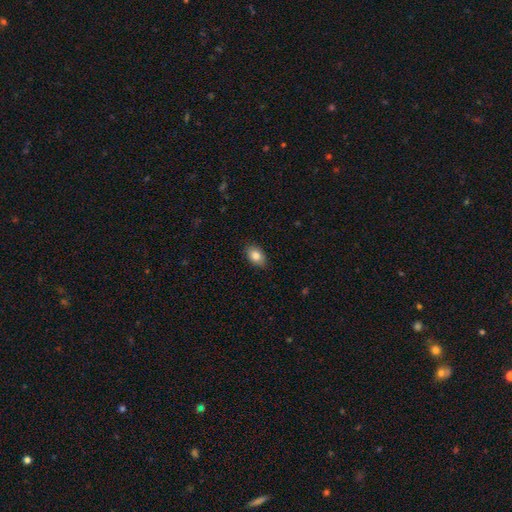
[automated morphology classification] smooth-or-featured: smooth: 83% | featured or disk: 9% | star or artifact: 8%
  how-rounded: in between: 85% | round: 14% | cigar-shaped: 1%
  merging: none: 87% | minor disturbance: 10% | major disturbance: 2% | merger: 1%